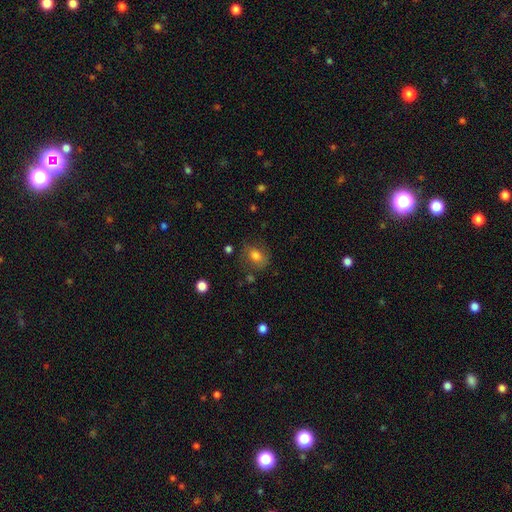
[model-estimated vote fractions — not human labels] smooth 75%, featured or disk 15%, star or artifact 10%. Down the decision tree: how rounded — in between (58%); merging — none (70%).